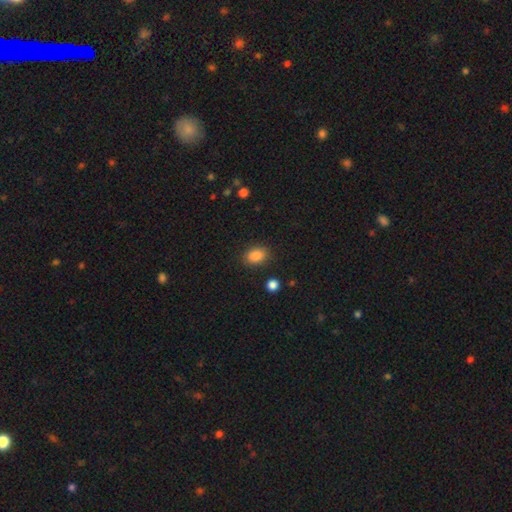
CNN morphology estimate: A smooth galaxy with no disk features (87%) that is in between round and cigar-shaped (74%).

Vote fractions:
- Smooth or featured? smooth: 87% / star or artifact: 9% / featured or disk: 4%
- How rounded? in between: 74% / round: 25% / cigar-shaped: 1%
- Merging? none: 85% / minor disturbance: 10% / major disturbance: 3% / merger: 2%